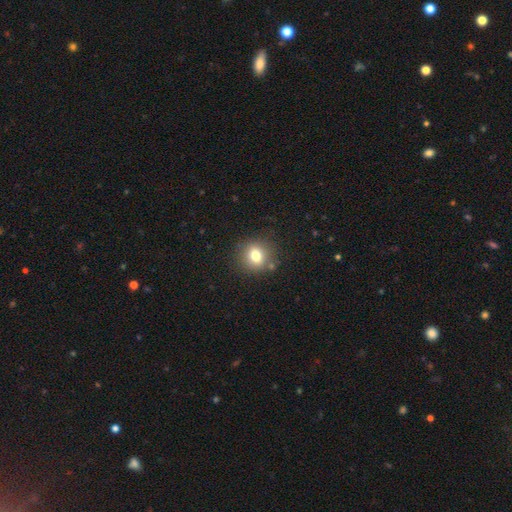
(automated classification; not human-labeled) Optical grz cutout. It shows a smooth galaxy with no disk features (78%) that is round (78%). Merging: none (84%).